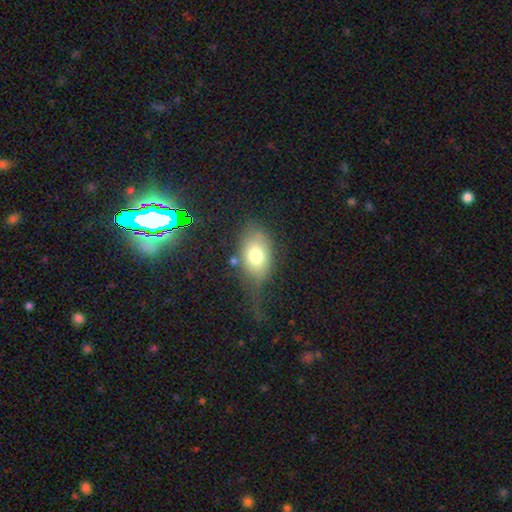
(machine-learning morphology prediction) smooth-or-featured: smooth: 73% | featured or disk: 18% | star or artifact: 9%
  how-rounded: in between: 81% | round: 17% | cigar-shaped: 2%
  merging: none: 42% | minor disturbance: 26% | major disturbance: 26% | merger: 6%